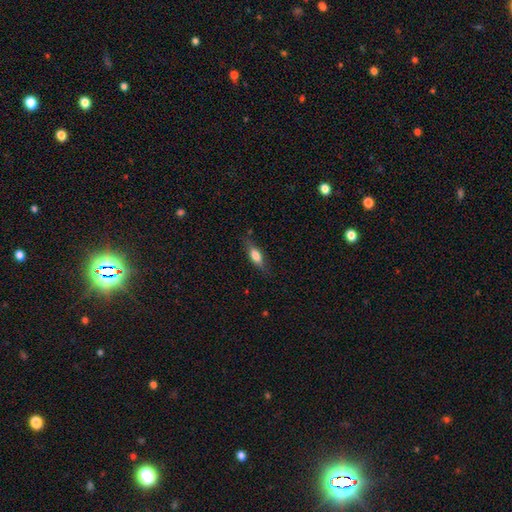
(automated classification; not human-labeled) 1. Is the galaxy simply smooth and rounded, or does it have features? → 69% smooth, 23% featured or disk, 7% star or artifact.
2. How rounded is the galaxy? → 61% in between, 36% cigar-shaped, 3% round.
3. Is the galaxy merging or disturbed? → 76% none, 17% minor disturbance, 5% major disturbance, 2% merger.